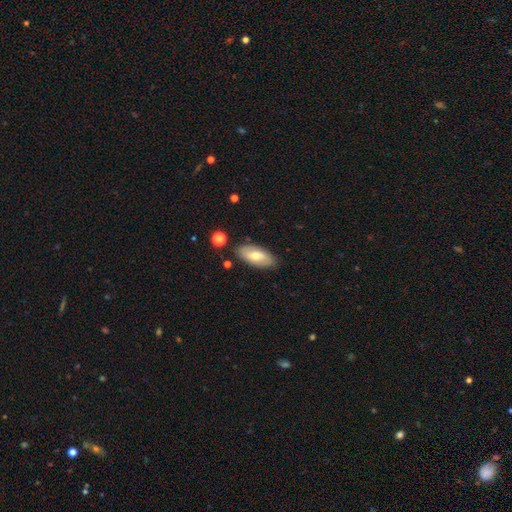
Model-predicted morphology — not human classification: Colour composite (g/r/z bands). It shows a smooth galaxy with no disk features (60%) that is in between round and cigar-shaped (89%). Merging: none (84%).